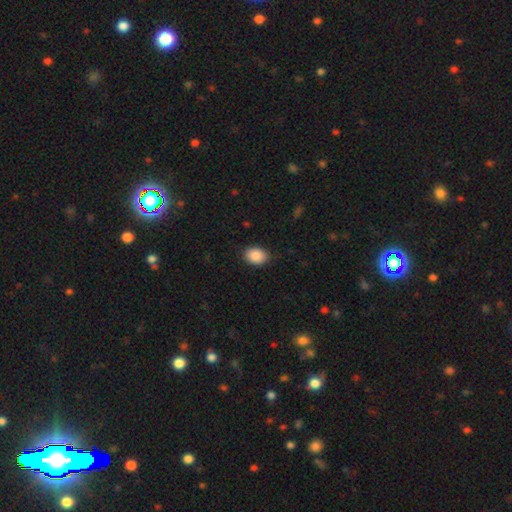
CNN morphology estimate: Smooth or featured? Predicted: smooth (p=0.89). How rounded? Predicted: in between (p=0.69). Merging? Predicted: none (p=0.84).